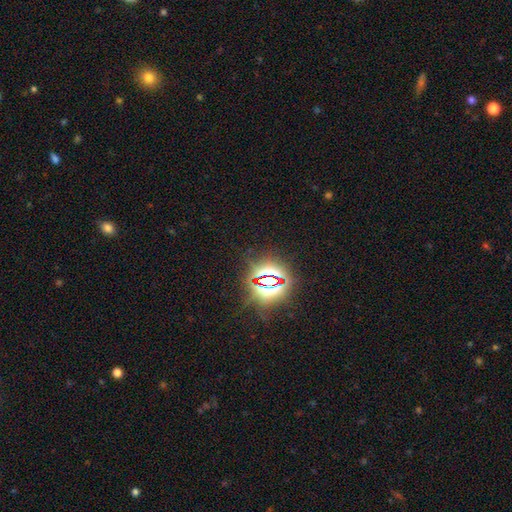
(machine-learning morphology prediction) A star or artifact, not a galaxy (84%).